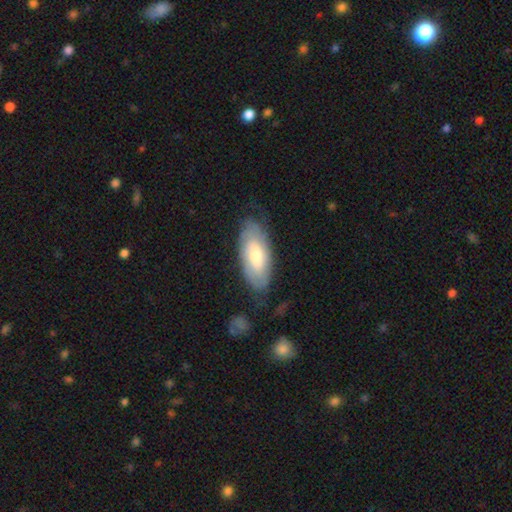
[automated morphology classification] This is possibly a smooth galaxy (51%). How rounded: clearly in between (84%). Merging: likely none (72%).